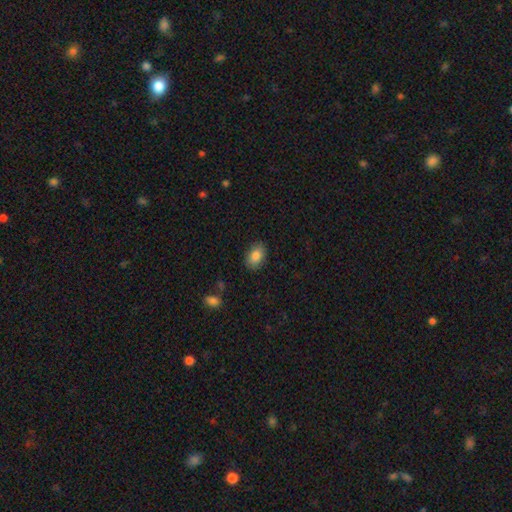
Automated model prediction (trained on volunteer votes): A smooth galaxy with no disk features (85%) that is in between round and cigar-shaped (84%). Merging: none (86%).